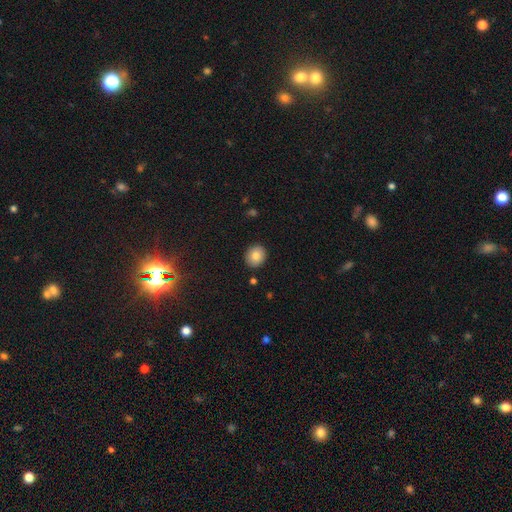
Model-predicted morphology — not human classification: Smooth or featured: smooth — 82% (star or artifact — 9%)
How rounded: round — 76% (in between — 23%)
Merging: none — 89% (minor disturbance — 7%)